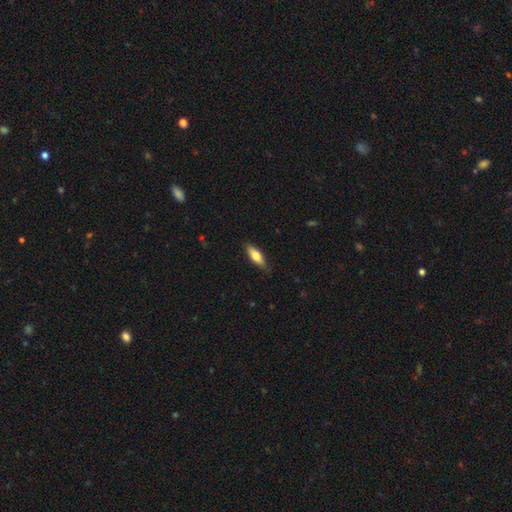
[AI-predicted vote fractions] This appears to be a smooth galaxy with no disk features (71%) that is in between round and cigar-shaped (64%). Merging: none (84%).